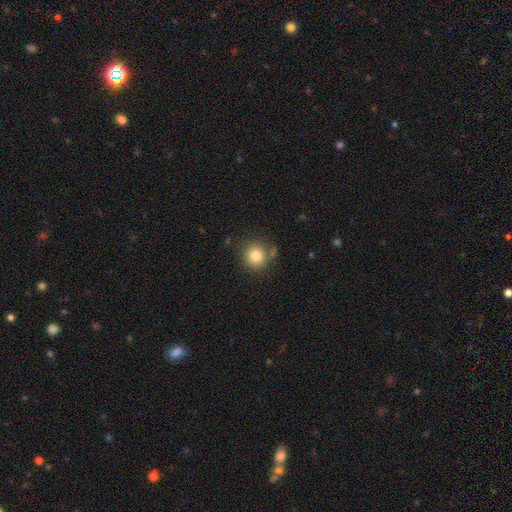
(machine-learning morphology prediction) Smooth or featured: smooth — 83% (star or artifact — 10%)
How rounded: round — 90% (in between — 9%)
Merging: none — 79% (minor disturbance — 12%)